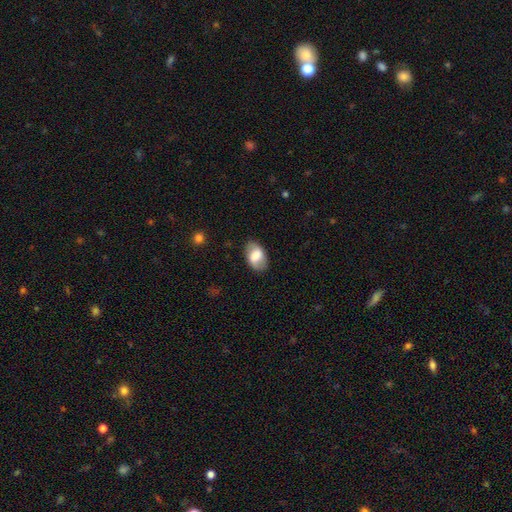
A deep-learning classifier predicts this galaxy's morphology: Smooth or featured? smooth (67%)
How rounded? in between (91%)
Merging? none (79%)